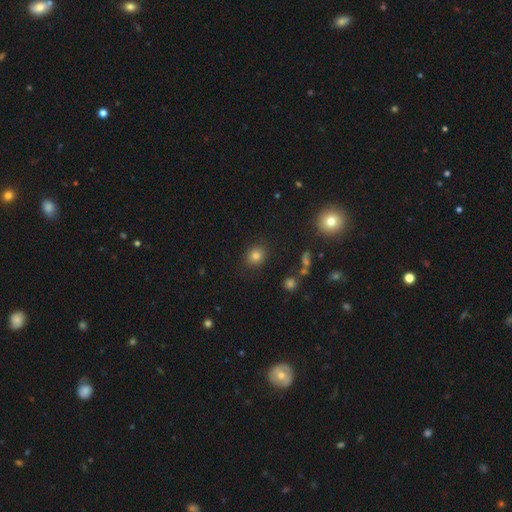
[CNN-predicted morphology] A smooth galaxy with no disk features (79%) that is round (72%).

Vote fractions:
- Smooth or featured? smooth: 79% / star or artifact: 14% / featured or disk: 7%
- How rounded? round: 72% / in between: 27% / cigar-shaped: 1%
- Merging? none: 86% / minor disturbance: 9% / major disturbance: 3% / merger: 2%